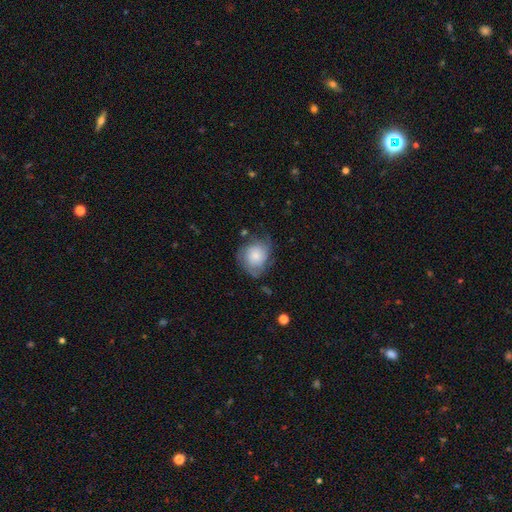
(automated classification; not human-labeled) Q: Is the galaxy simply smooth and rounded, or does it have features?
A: smooth — 54%.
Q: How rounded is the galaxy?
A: round — 62%.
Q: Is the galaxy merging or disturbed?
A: none — 51%.